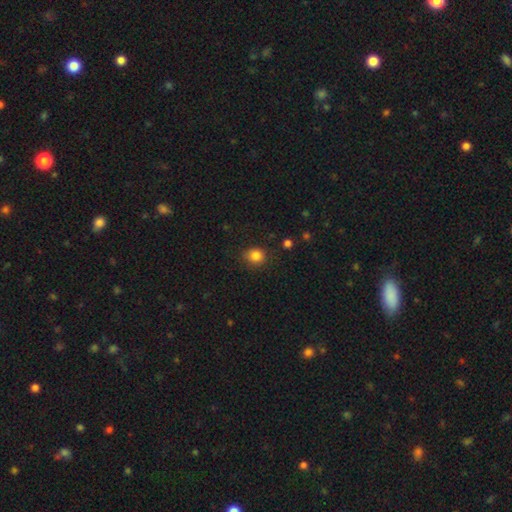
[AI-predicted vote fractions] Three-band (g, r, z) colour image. It shows a smooth galaxy with no disk features (84%) that is round (76%). Merging: none (81%).